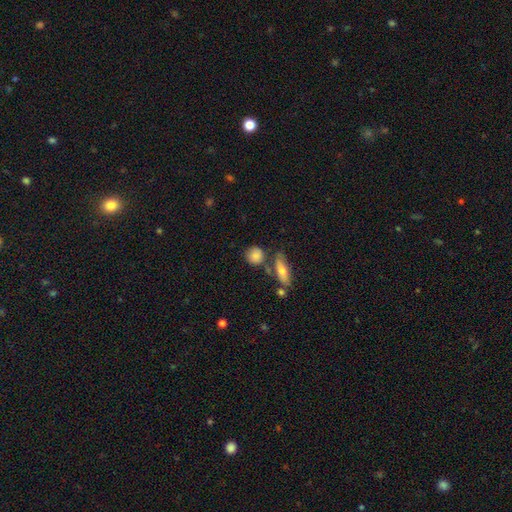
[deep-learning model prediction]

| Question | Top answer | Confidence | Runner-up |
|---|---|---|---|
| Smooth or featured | smooth | 83% | featured or disk (9%) |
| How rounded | round | 80% | in between (17%) |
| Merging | none | 68% | merger (14%) |